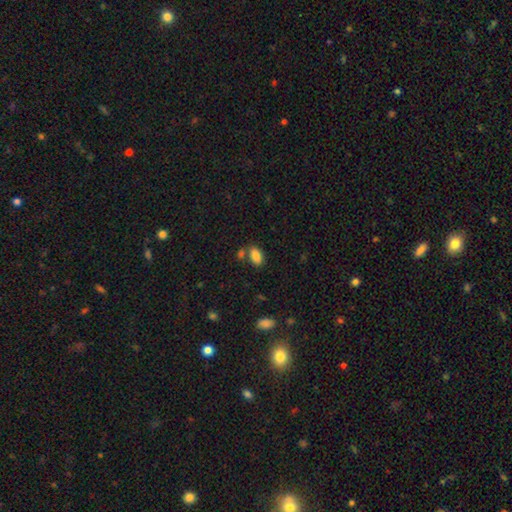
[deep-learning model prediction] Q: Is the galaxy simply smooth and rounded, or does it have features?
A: smooth — 85%.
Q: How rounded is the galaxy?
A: in between — 92%.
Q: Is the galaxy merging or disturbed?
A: none — 66%.